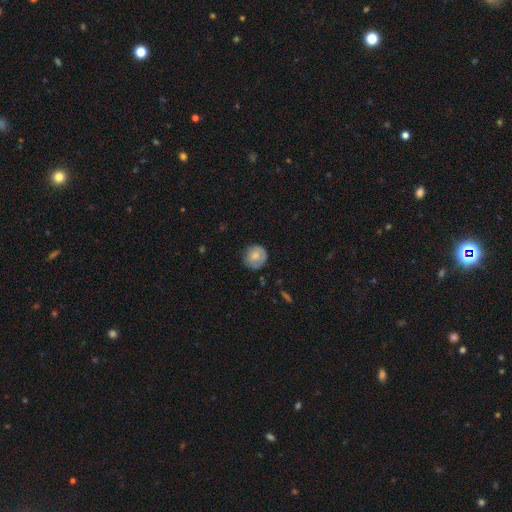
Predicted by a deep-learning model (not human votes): Smooth or featured? Predicted: smooth (p=0.71). How rounded? Predicted: round (p=0.89). Merging? Predicted: none (p=0.74).